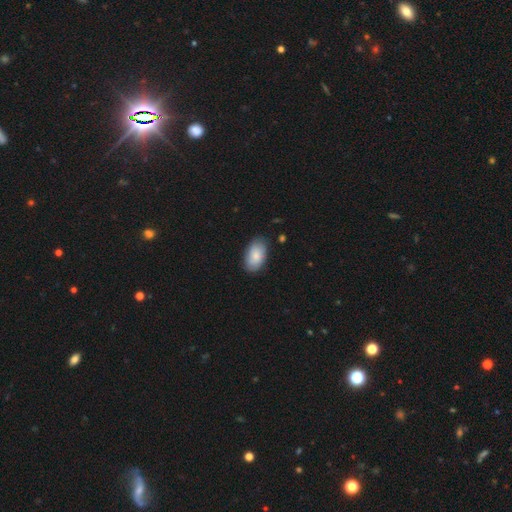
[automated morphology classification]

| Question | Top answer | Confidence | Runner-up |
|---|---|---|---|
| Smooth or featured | smooth | 78% | featured or disk (16%) |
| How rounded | in between | 93% | round (5%) |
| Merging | none | 79% | minor disturbance (17%) |